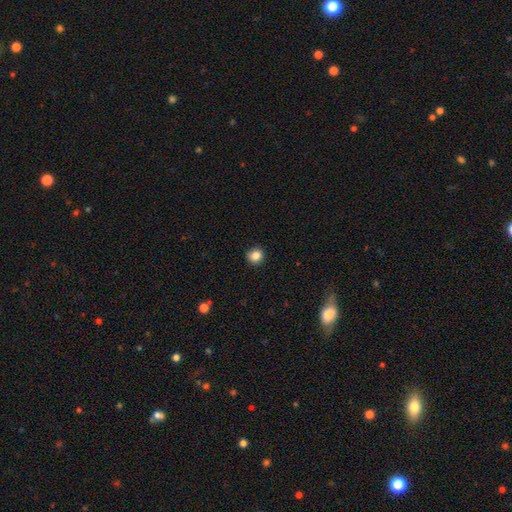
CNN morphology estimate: smooth-or-featured: smooth: 85% | star or artifact: 10% | featured or disk: 4%
  how-rounded: round: 90% | in between: 9% | cigar-shaped: 1%
  merging: none: 91% | minor disturbance: 6% | major disturbance: 2% | merger: 1%